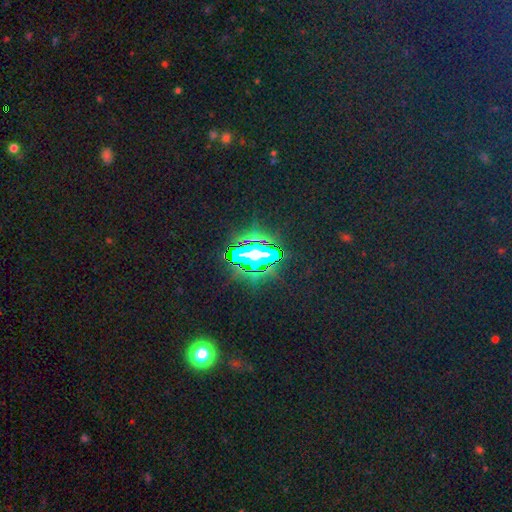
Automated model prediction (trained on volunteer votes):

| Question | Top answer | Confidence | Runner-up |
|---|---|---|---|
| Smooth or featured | star or artifact | 68% | smooth (22%) |